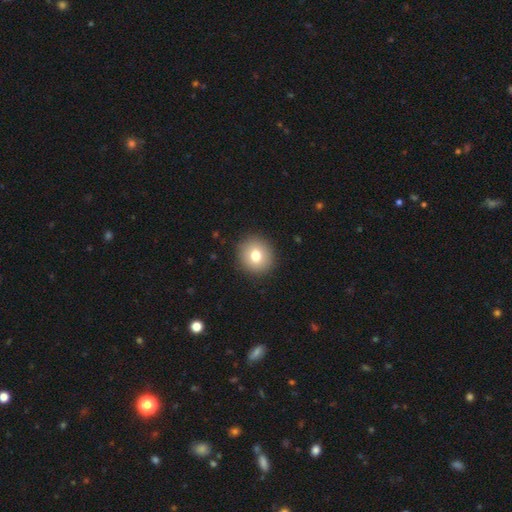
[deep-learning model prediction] Smooth or featured? smooth (76%)
How rounded? round (88%)
Merging? none (91%)